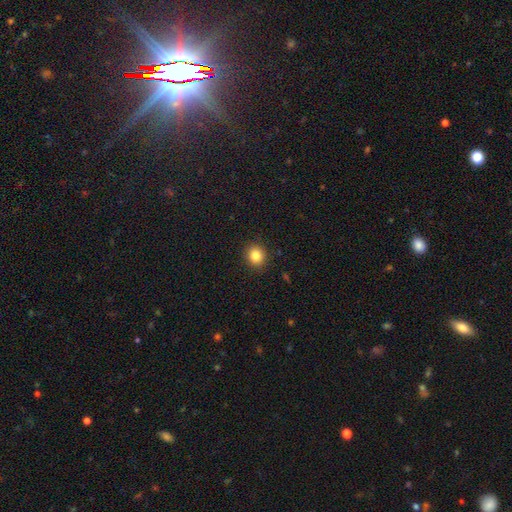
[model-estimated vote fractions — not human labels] Q: Smooth or featured?
A: smooth (84%); runner-up: star or artifact (11%)
Q: How rounded?
A: round (82%); runner-up: in between (17%)
Q: Merging?
A: none (91%); runner-up: minor disturbance (6%)